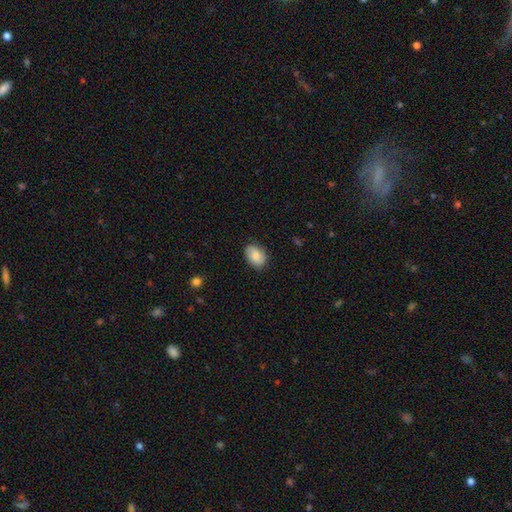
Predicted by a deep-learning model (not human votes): This is likely a smooth galaxy (79%). How rounded: likely in between (79%). Merging: likely none (79%).